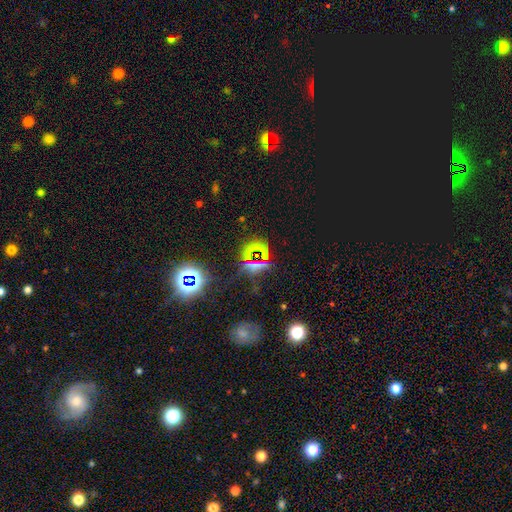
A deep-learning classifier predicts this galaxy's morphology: smooth_or_featured: star or artifact (p=0.68) [alt: smooth p=0.22]